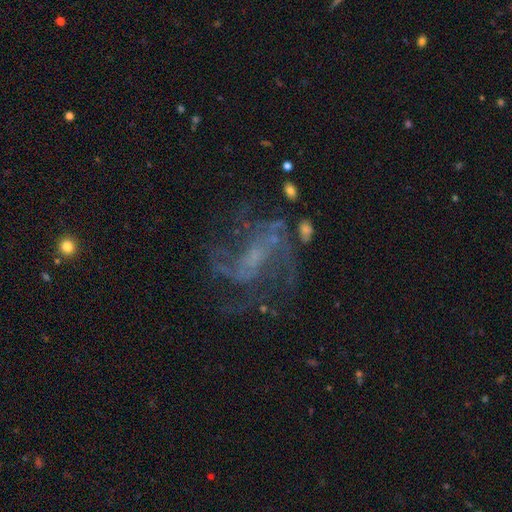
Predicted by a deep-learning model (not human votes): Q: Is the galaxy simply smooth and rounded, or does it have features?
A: featured or disk — 76%.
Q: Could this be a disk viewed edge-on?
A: no — 96%.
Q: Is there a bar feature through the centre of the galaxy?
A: weak — 45%.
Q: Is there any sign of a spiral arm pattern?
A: yes — 84%.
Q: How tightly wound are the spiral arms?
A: medium — 43%.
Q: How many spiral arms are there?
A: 2 — 39%.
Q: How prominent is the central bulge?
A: small — 51%.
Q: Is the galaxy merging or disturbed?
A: none — 57%.